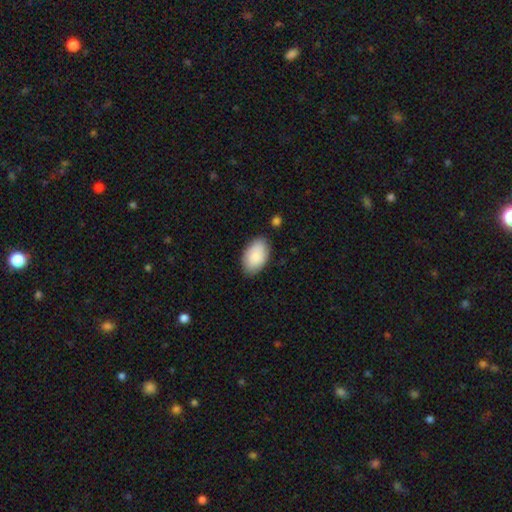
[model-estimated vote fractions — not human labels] Q: Smooth or featured?
A: smooth (85%); runner-up: featured or disk (9%)
Q: How rounded?
A: in between (93%); runner-up: round (6%)
Q: Merging?
A: none (82%); runner-up: minor disturbance (14%)